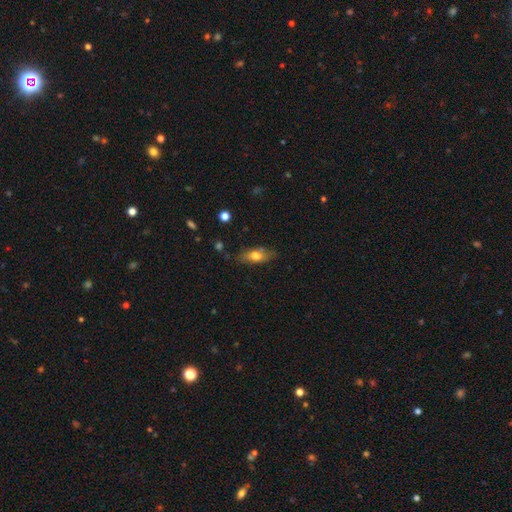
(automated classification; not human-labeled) smooth 68%, featured or disk 24%, star or artifact 8%. Down the decision tree: how rounded — in between (72%); merging — none (77%).